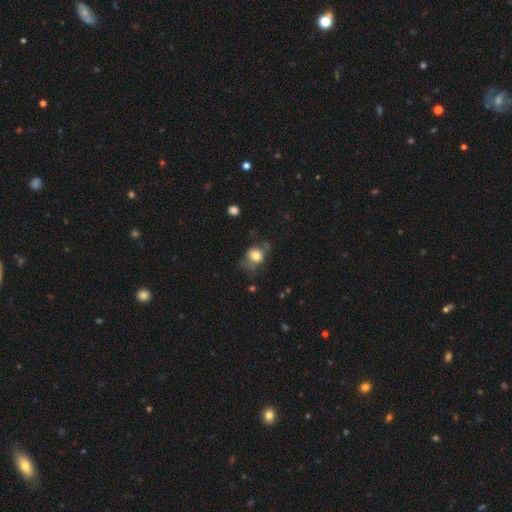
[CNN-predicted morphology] This appears to be a smooth galaxy with no disk features (73%) that is round (52%). Merging: none (45%).